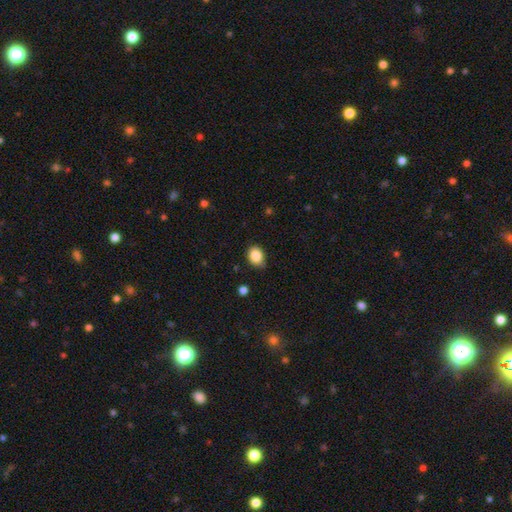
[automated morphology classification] smooth_or_featured: smooth (p=0.86) [alt: star or artifact p=0.09]
how_rounded: in between (p=0.55) [alt: round p=0.44]
merging: none (p=0.75) [alt: minor disturbance p=0.20]